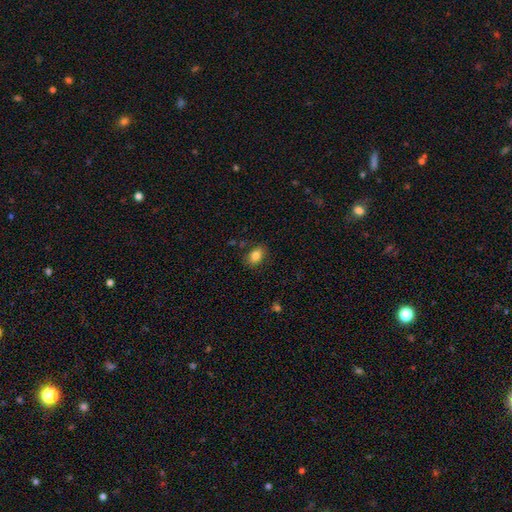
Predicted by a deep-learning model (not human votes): A smooth galaxy with no disk features (84%) that is in between round and cigar-shaped (78%).

Vote fractions:
- Smooth or featured? smooth: 84% / star or artifact: 9% / featured or disk: 7%
- How rounded? in between: 78% / round: 21% / cigar-shaped: 1%
- Merging? none: 84% / minor disturbance: 12% / major disturbance: 3% / merger: 2%